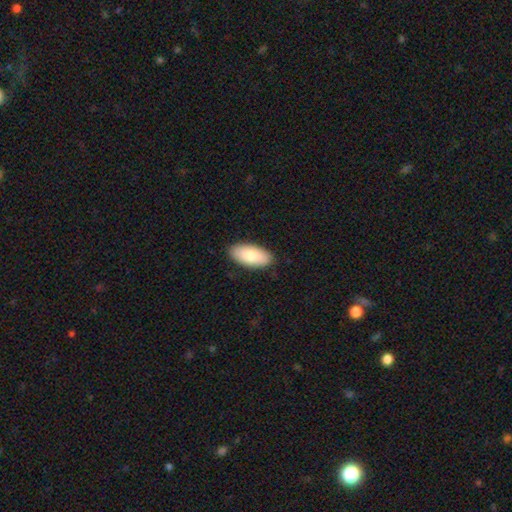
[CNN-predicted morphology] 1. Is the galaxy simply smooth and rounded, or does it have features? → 83% smooth, 12% featured or disk, 5% star or artifact.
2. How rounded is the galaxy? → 93% in between, 5% cigar-shaped, 2% round.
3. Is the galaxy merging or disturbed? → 89% none, 9% minor disturbance, 2% major disturbance, 1% merger.